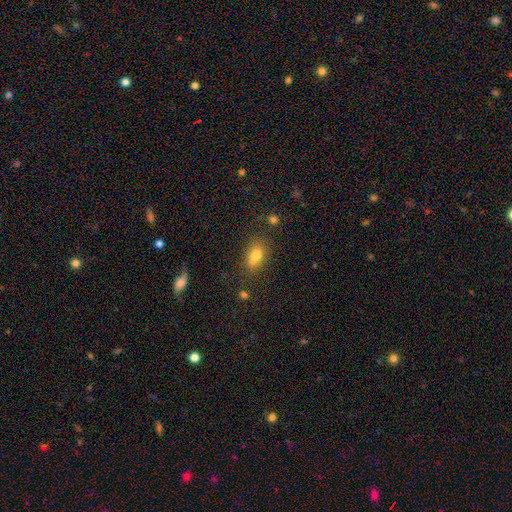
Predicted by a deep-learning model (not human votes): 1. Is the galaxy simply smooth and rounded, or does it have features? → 73% smooth, 14% featured or disk, 13% star or artifact.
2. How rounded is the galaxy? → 72% in between, 25% round, 3% cigar-shaped.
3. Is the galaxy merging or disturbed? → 57% none, 20% merger, 18% minor disturbance, 6% major disturbance.